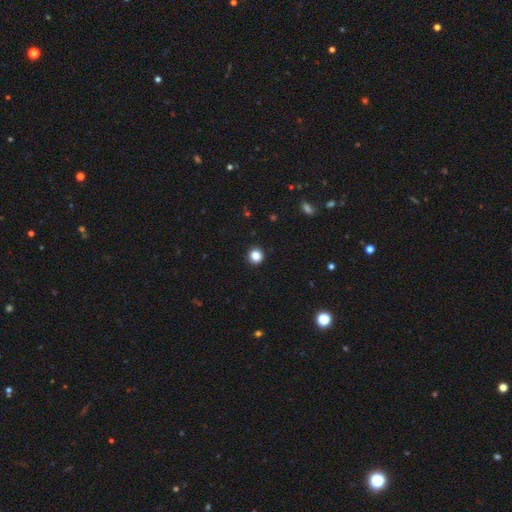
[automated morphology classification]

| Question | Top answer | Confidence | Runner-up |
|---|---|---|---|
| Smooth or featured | smooth | 86% | star or artifact (12%) |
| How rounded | round | 89% | in between (10%) |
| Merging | none | 92% | minor disturbance (5%) |